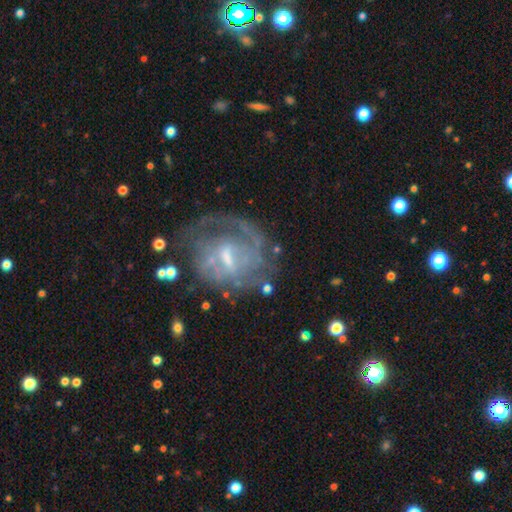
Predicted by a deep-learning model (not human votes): featured or disk 78%, smooth 12%, star or artifact 11%. Down the decision tree: edge-on disk — no (97%); bar — weak (55%); spiral arms — yes (84%); spiral arm count — can't tell (41%); spiral winding — tight (53%); bulge size — small (46%); merging — none (61%).